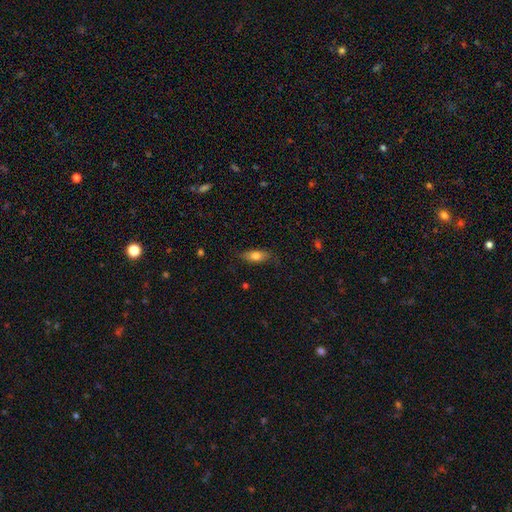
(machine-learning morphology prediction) smooth_or_featured: smooth (p=0.75) [alt: featured or disk p=0.18]
how_rounded: in between (p=0.77) [alt: cigar-shaped p=0.19]
merging: none (p=0.76) [alt: minor disturbance p=0.18]